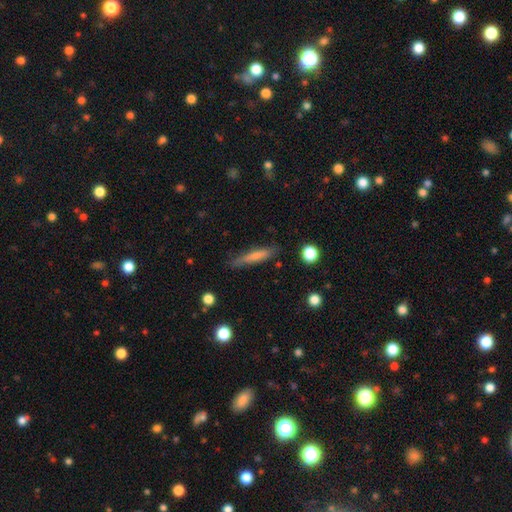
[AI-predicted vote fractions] Morphology: type=smooth (67%); roundness=cigar-shaped (89%); merging=none (78%).